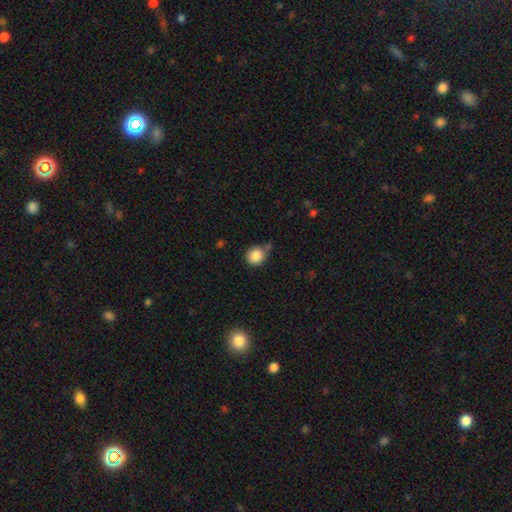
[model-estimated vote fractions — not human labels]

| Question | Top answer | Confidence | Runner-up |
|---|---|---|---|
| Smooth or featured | smooth | 86% | star or artifact (9%) |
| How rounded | round | 83% | in between (16%) |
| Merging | none | 57% | minor disturbance (27%) |